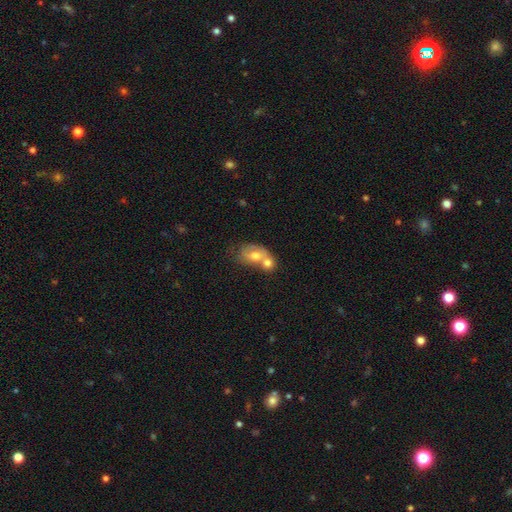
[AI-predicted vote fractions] The model was most divided on "smooth or featured": smooth: 62%, featured or disk: 30%, star or artifact: 8%. More confident: how rounded — in between (70%); merging — merger (69%).